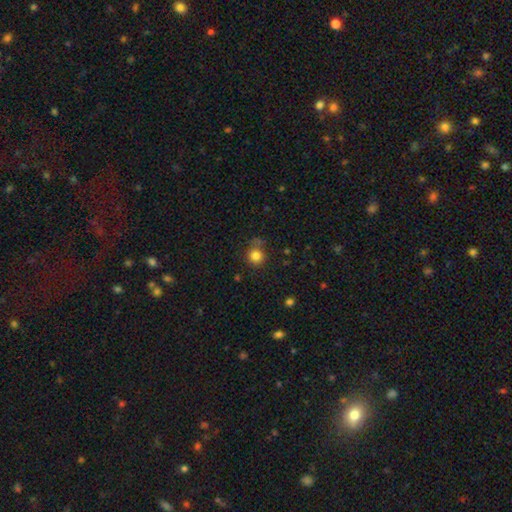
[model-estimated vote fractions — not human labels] This is clearly a smooth galaxy (82%). How rounded: clearly round (89%). Merging: likely none (71%).